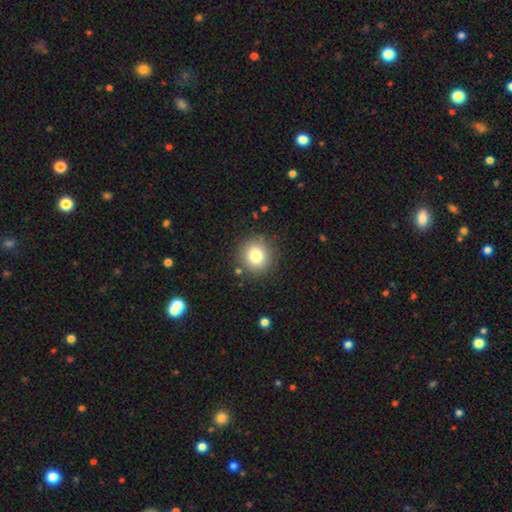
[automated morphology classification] Smooth or featured? Predicted: smooth (p=0.79). How rounded? Predicted: round (p=0.91). Merging? Predicted: none (p=0.87).